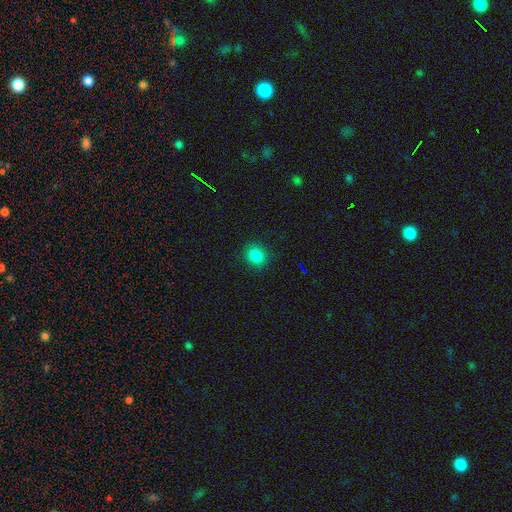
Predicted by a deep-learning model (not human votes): smooth 84%, star or artifact 13%, featured or disk 4%. Down the decision tree: how rounded — round (70%); merging — none (88%).